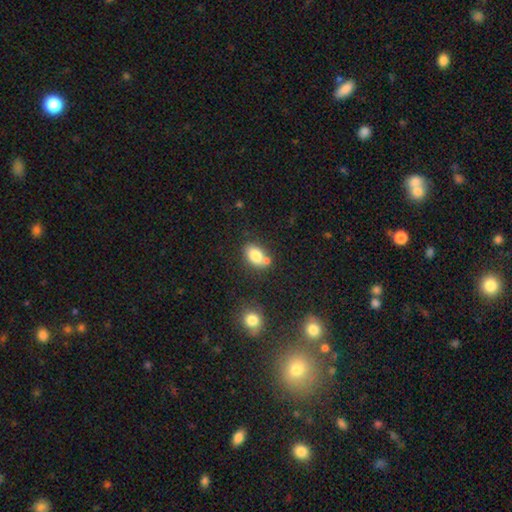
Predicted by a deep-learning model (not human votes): This is clearly a smooth galaxy (80%). How rounded: clearly in between (82%). Merging: possibly none (56%).